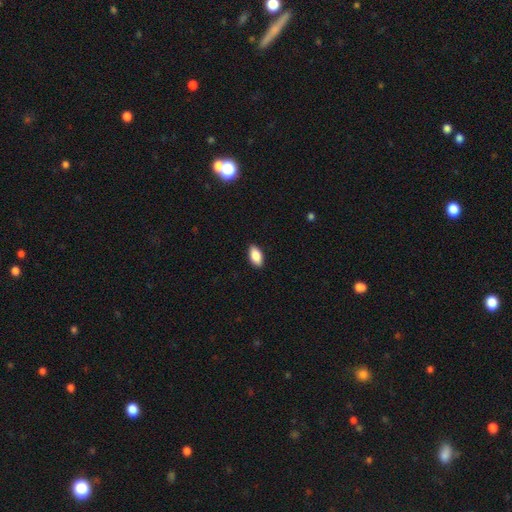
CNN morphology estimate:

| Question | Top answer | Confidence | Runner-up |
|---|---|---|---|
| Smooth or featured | smooth | 87% | star or artifact (7%) |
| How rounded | in between | 93% | cigar-shaped (4%) |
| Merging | none | 89% | minor disturbance (8%) |